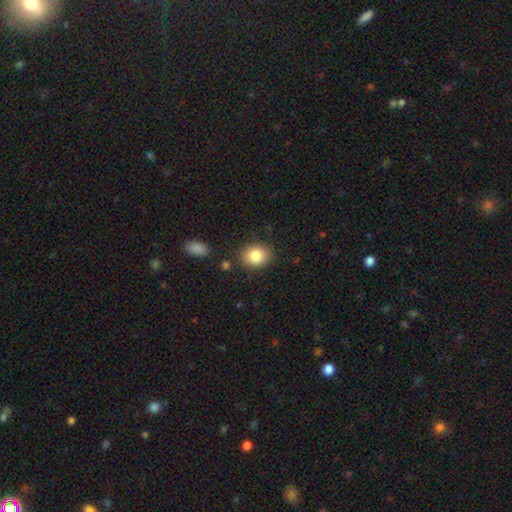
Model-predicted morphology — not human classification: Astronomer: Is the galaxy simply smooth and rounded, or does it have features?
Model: smooth — 84%.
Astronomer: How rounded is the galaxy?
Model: round — 56% (runner-up: in between, 43%).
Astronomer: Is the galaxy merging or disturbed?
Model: none — 83%.